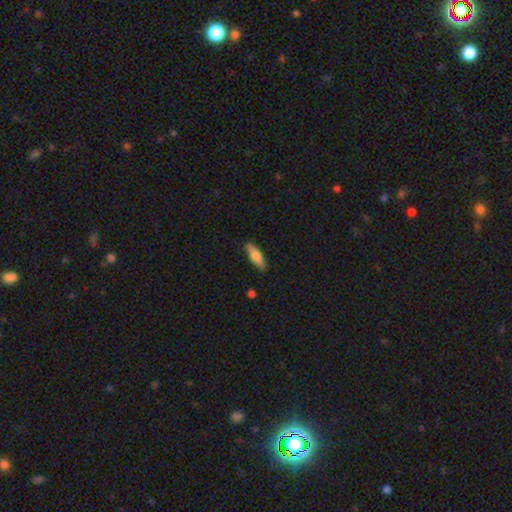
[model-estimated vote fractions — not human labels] Smooth or featured: smooth — 70% (featured or disk — 24%)
How rounded: cigar-shaped — 51% (in between — 47%)
Merging: none — 83% (minor disturbance — 13%)